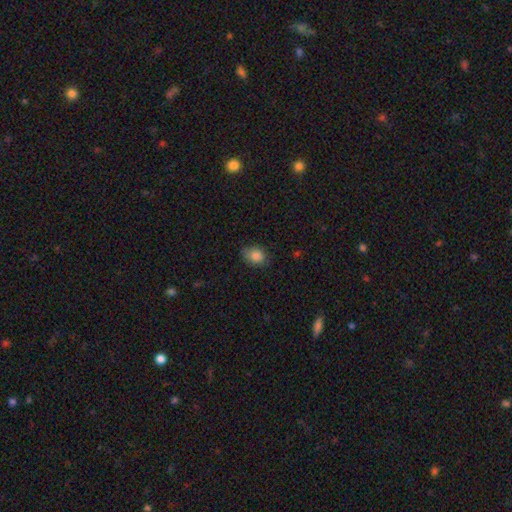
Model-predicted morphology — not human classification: This appears to be a smooth galaxy with no disk features (85%) that is in between round and cigar-shaped (58%). Merging: none (71%).